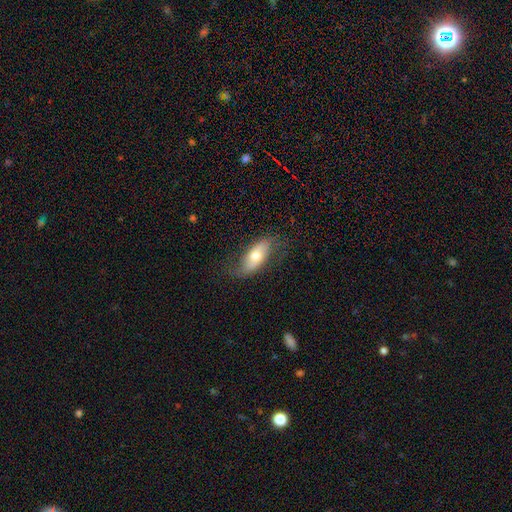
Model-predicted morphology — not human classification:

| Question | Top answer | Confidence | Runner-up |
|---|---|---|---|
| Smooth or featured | featured or disk | 48% | smooth (46%) |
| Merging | none | 69% | minor disturbance (21%) |